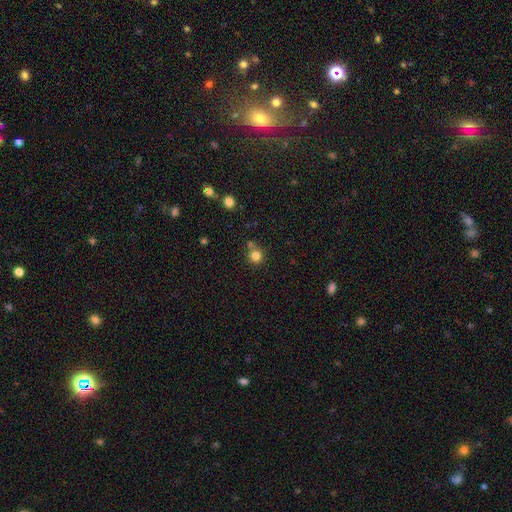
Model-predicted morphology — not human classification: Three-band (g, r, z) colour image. It shows a smooth galaxy with no disk features (81%) that is round (92%). Merging: none (67%).